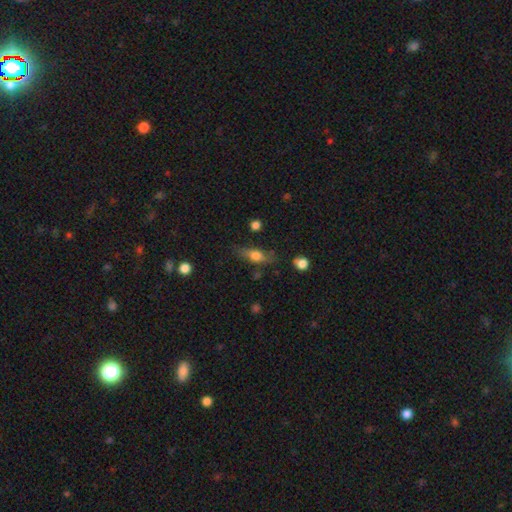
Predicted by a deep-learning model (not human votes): This is possibly a smooth galaxy (57%). How rounded: possibly in between (58%). Merging: likely none (73%).